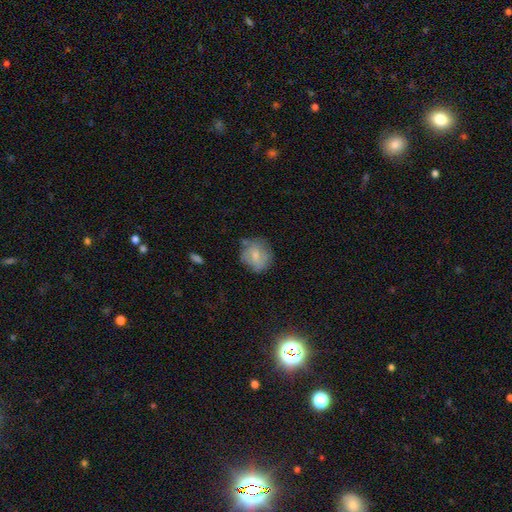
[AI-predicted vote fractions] Overall: smooth (68%). How rounded: round (80%). Merging: none (66%).